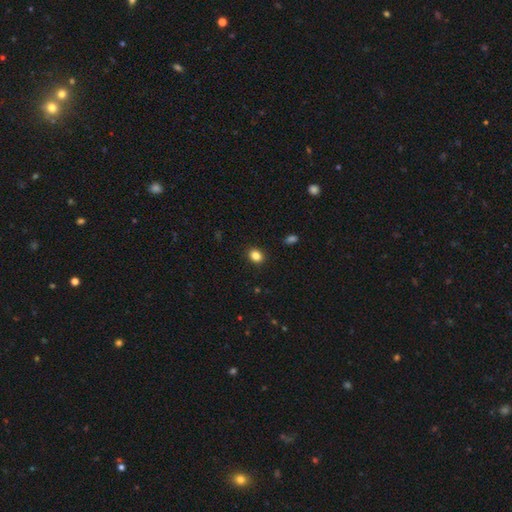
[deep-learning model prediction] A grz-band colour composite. It shows a smooth galaxy with no disk features (84%) that is round (53%). Merging: none (90%).